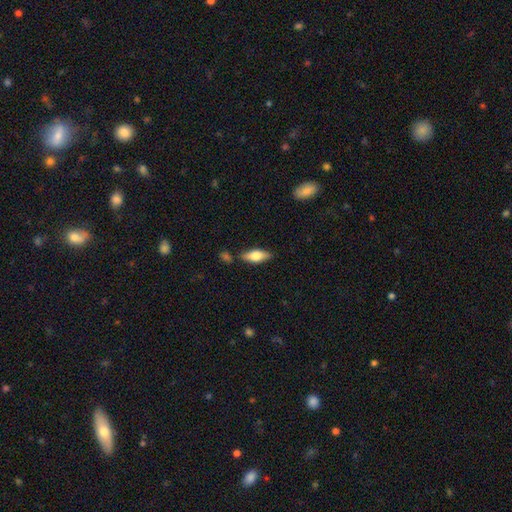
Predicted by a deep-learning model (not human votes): A smooth galaxy with no disk features (59%) that is in between round and cigar-shaped (70%). Merging: none (79%).